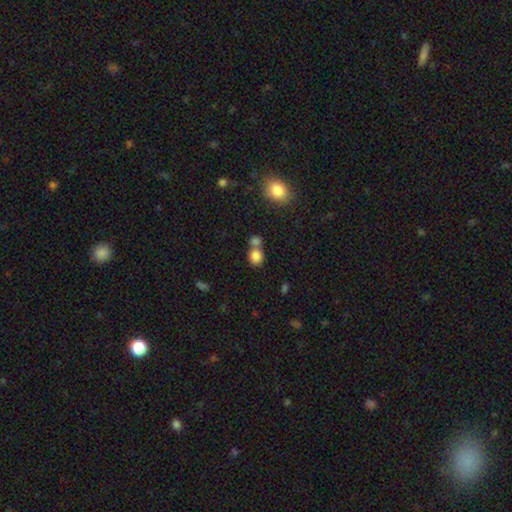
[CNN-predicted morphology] smooth-or-featured: smooth: 83% | star or artifact: 11% | featured or disk: 6%
  how-rounded: round: 75% | in between: 24% | cigar-shaped: 1%
  merging: none: 49% | merger: 40% | minor disturbance: 8% | major disturbance: 3%